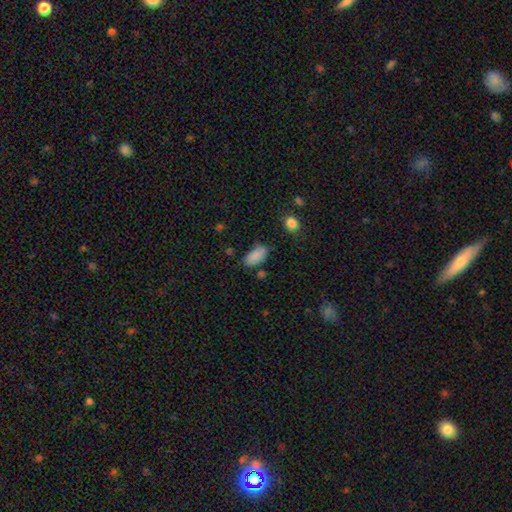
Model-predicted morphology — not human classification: The model was most divided on "merging": none: 67%, minor disturbance: 22%, merger: 5%, major disturbance: 5%. More confident: how rounded — in between (92%); smooth or featured — smooth (86%).